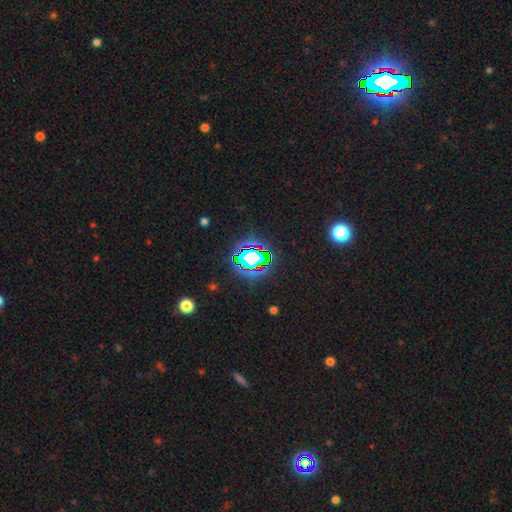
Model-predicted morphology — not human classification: smooth-or-featured: star or artifact: 71% | smooth: 17% | featured or disk: 12%